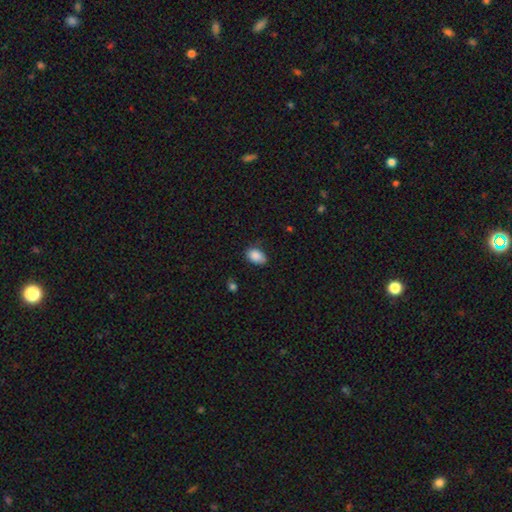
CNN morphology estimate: This appears to be a smooth galaxy with no disk features (87%) that is in between round and cigar-shaped (83%). Merging: none (65%).